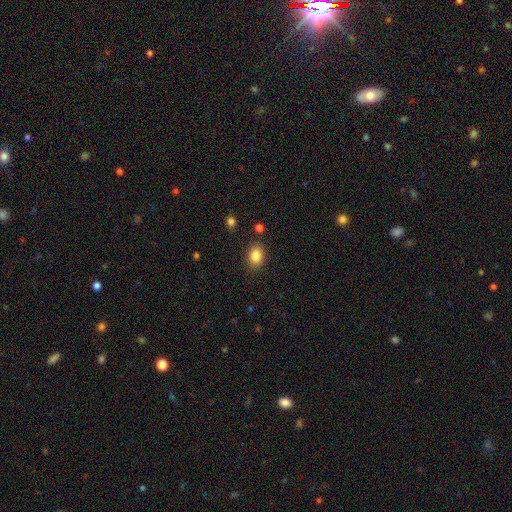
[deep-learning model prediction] smooth_or_featured: smooth (p=0.85) [alt: star or artifact p=0.10]
how_rounded: in between (p=0.68) [alt: round p=0.31]
merging: none (p=0.86) [alt: minor disturbance p=0.10]